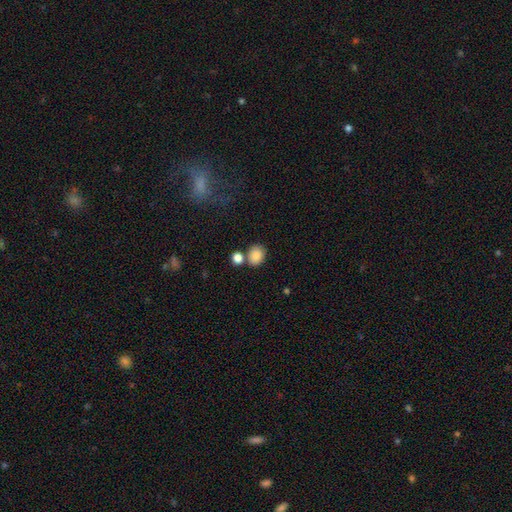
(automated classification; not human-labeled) Smooth or featured? Predicted: smooth (p=0.86). How rounded? Predicted: in between (p=0.53). Merging? Predicted: none (p=0.66).